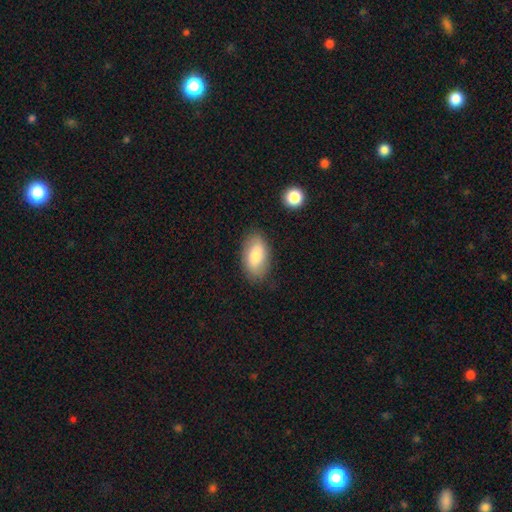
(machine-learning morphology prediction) smooth 74%, featured or disk 19%, star or artifact 7%. Down the decision tree: how rounded — in between (93%); merging — none (81%).